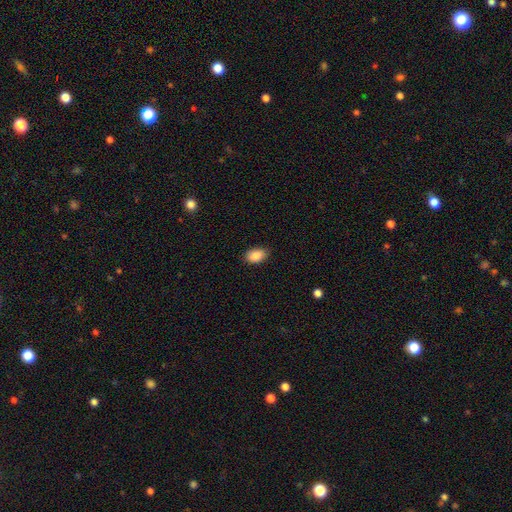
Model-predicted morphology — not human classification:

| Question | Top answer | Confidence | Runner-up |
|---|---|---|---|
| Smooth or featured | smooth | 89% | star or artifact (7%) |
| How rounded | in between | 88% | round (11%) |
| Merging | none | 84% | minor disturbance (13%) |